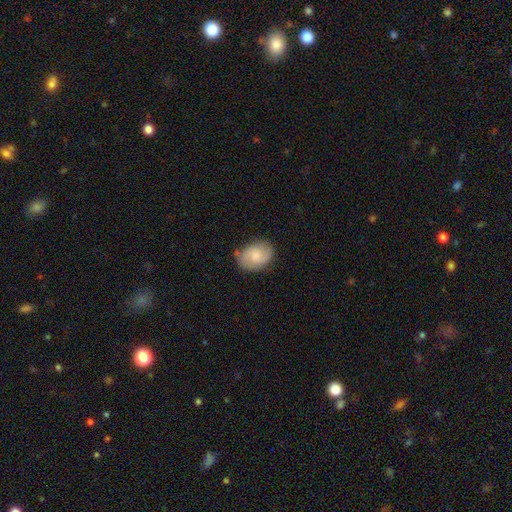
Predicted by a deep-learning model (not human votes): This appears to be a smooth galaxy with no disk features (50%). Merging: none (76%).